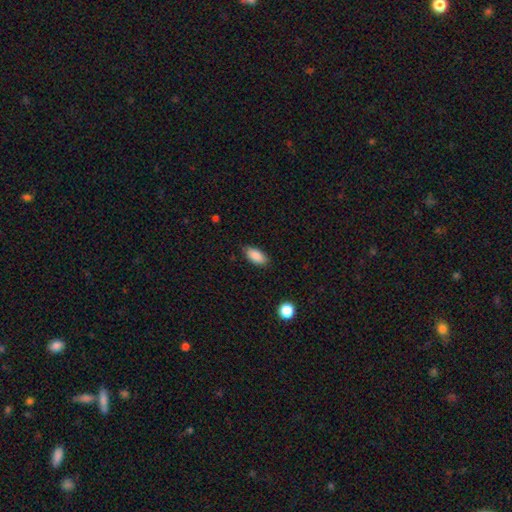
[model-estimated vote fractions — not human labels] The model was most divided on "merging": none: 82%, minor disturbance: 14%, major disturbance: 3%, merger: 1%. More confident: how rounded — in between (91%); smooth or featured — smooth (87%).